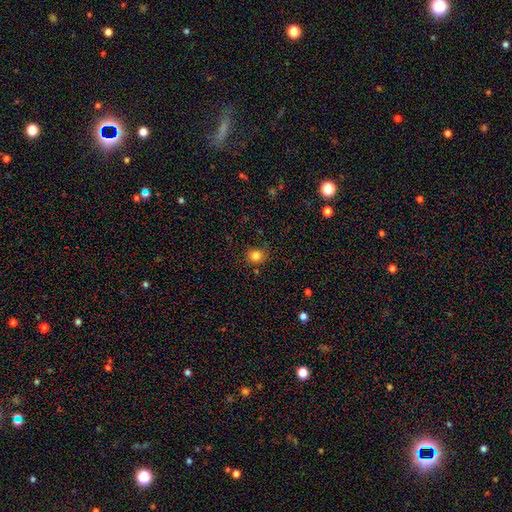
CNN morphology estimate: Q: Smooth or featured?
A: smooth (83%); runner-up: star or artifact (12%)
Q: How rounded?
A: round (81%); runner-up: in between (18%)
Q: Merging?
A: none (84%); runner-up: minor disturbance (11%)